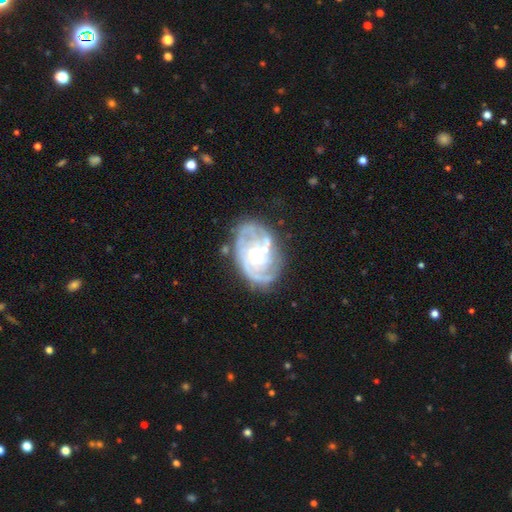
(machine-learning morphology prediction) Smooth or featured?
  - featured or disk: 83% *
  - smooth: 11%
  - star or artifact: 6%
Edge-on disk?
  - no: 97% *
  - yes: 3%
Bar?
  - no: 64% *
  - weak: 29%
  - strong: 7%
Spiral arms?
  - yes: 91% *
  - no: 9%
Spiral winding?
  - tight: 63% *
  - medium: 30%
  - loose: 8%
Spiral arm count?
  - 2: 35% *
  - can't tell: 29%
  - 3: 20%
  - 1: 6%
  - 4: 6%
  - more than 4: 4%
Bulge size?
  - moderate: 50% *
  - small: 41%
  - large: 5%
  - none: 3%
  - dominant: 1%
Merging?
  - none: 66% *
  - minor disturbance: 19%
  - major disturbance: 9%
  - merger: 6%